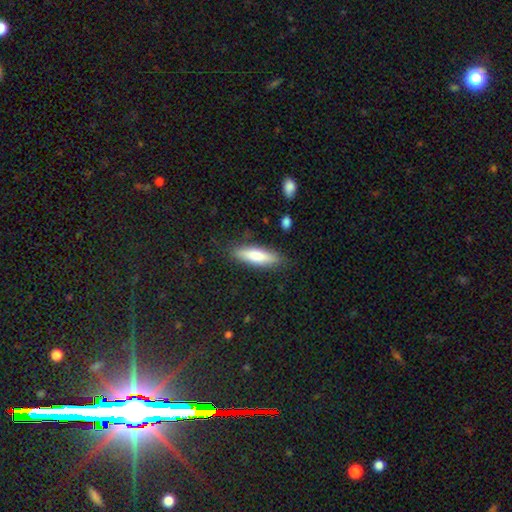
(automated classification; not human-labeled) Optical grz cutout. It shows a smooth galaxy with no disk features (76%) that is cigar-shaped (62%). Merging: none (84%).